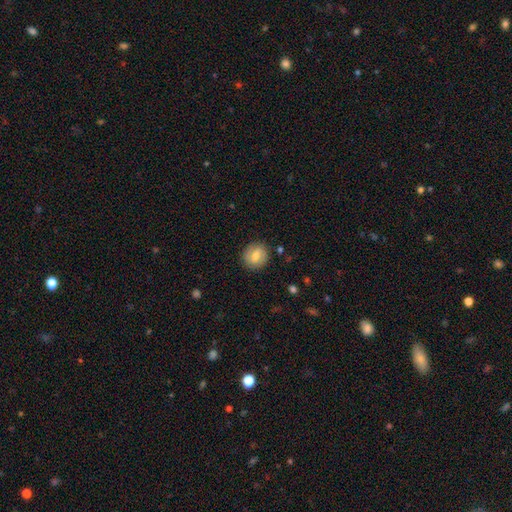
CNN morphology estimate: A smooth galaxy with no disk features (64%) that is round (74%).

Vote fractions:
- Smooth or featured? smooth: 64% / featured or disk: 28% / star or artifact: 8%
- How rounded? round: 74% / in between: 25% / cigar-shaped: 1%
- Merging? none: 84% / minor disturbance: 11% / major disturbance: 3% / merger: 1%